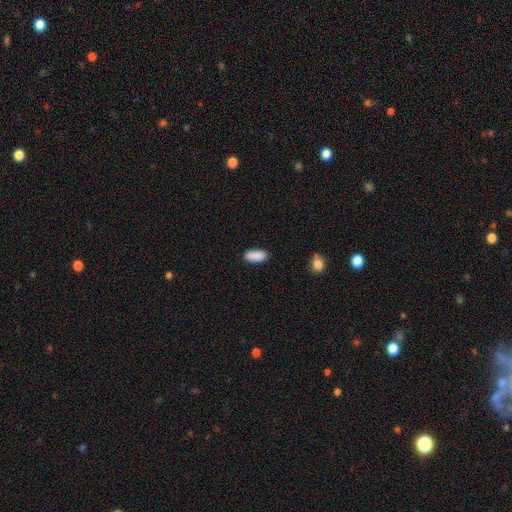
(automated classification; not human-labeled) Smooth or featured: smooth — 90% (star or artifact — 7%)
How rounded: in between — 86% (cigar-shaped — 12%)
Merging: none — 87% (minor disturbance — 10%)